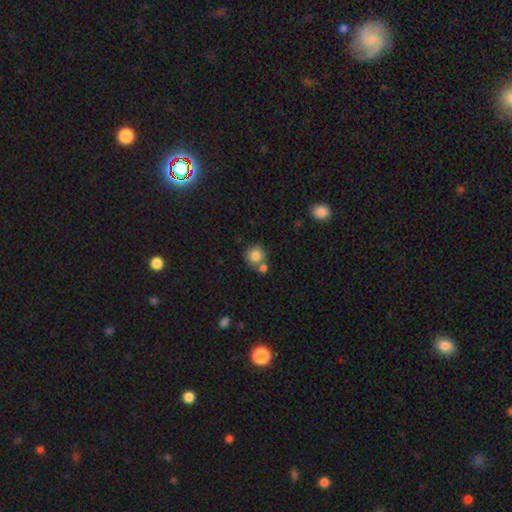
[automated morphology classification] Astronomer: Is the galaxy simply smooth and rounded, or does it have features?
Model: smooth — 83%.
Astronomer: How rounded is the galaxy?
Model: round — 88%.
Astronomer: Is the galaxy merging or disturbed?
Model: none — 57%.